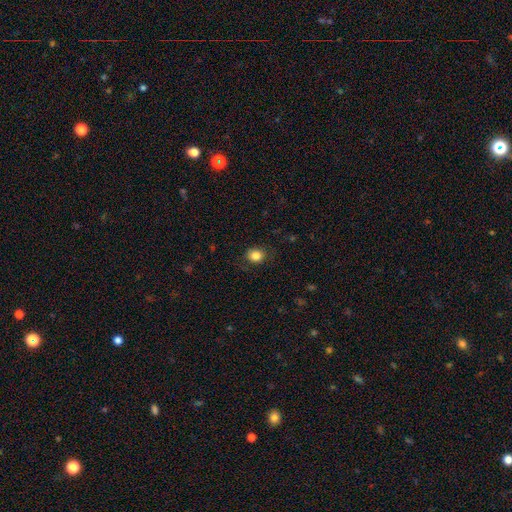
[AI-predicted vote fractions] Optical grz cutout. It shows a smooth galaxy with no disk features (84%) that is round (67%). Merging: none (83%).